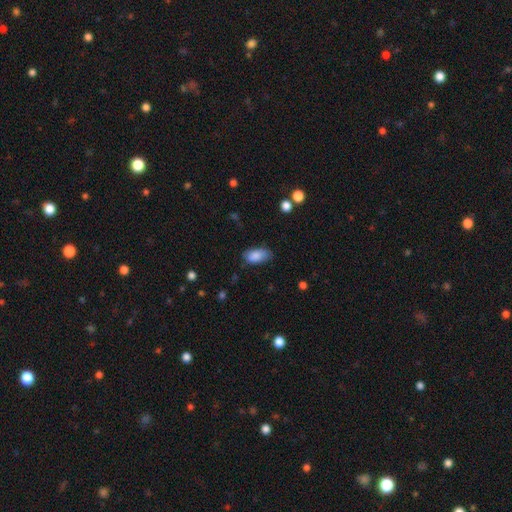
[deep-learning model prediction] Q: Smooth or featured?
A: smooth (86%); runner-up: featured or disk (7%)
Q: How rounded?
A: in between (92%); runner-up: cigar-shaped (4%)
Q: Merging?
A: none (71%); runner-up: minor disturbance (22%)